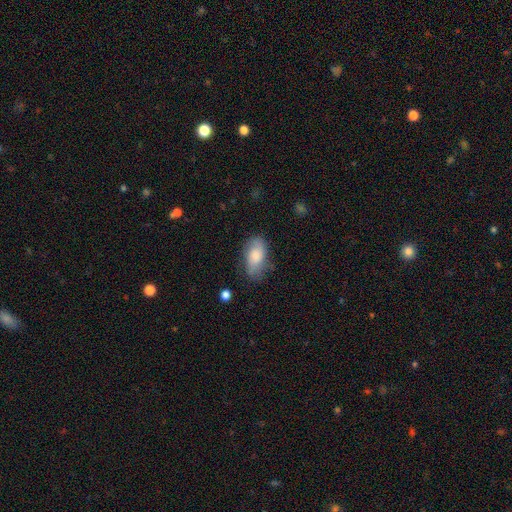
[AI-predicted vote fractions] A smooth galaxy with no disk features (72%) that is in between round and cigar-shaped (92%).

Vote fractions:
- Smooth or featured? smooth: 72% / featured or disk: 20% / star or artifact: 7%
- How rounded? in between: 92% / round: 4% / cigar-shaped: 3%
- Merging? none: 64% / minor disturbance: 26% / major disturbance: 8% / merger: 2%